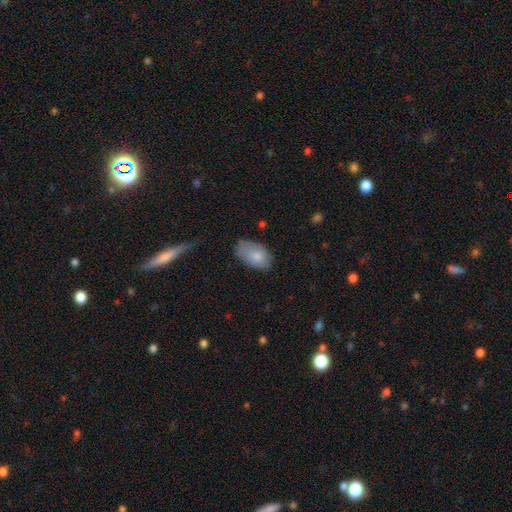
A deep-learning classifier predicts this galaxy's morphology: A smooth galaxy with no disk features (78%) that is in between round and cigar-shaped (92%).

Vote fractions:
- Smooth or featured? smooth: 78% / featured or disk: 16% / star or artifact: 7%
- How rounded? in between: 92% / round: 6% / cigar-shaped: 1%
- Merging? none: 63% / minor disturbance: 28% / major disturbance: 7% / merger: 2%